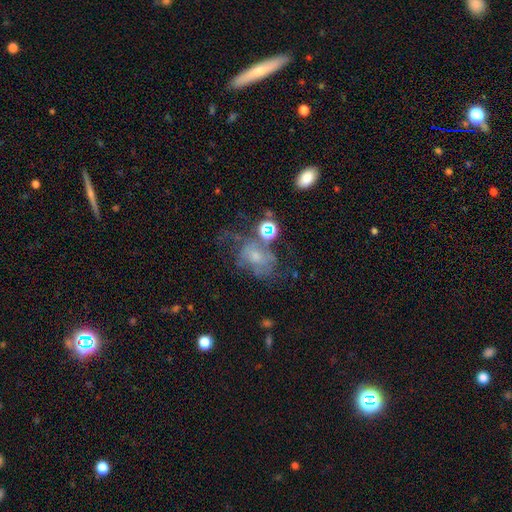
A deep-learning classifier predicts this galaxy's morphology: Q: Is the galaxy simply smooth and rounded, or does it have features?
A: featured or disk — 48%.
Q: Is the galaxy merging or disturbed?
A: major disturbance — 35%.